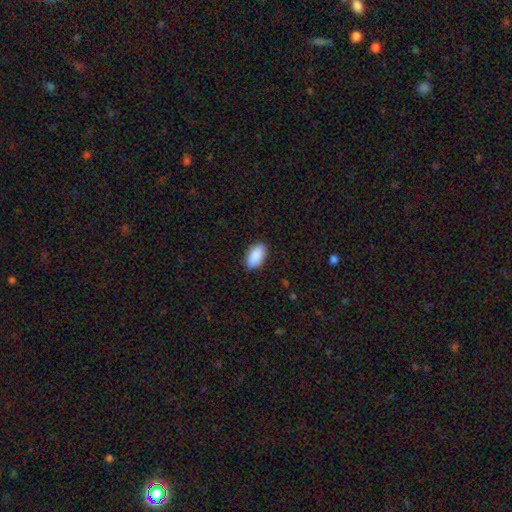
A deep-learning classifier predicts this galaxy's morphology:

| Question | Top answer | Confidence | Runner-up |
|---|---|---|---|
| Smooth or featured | smooth | 91% | star or artifact (6%) |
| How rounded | in between | 95% | round (4%) |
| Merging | none | 88% | minor disturbance (9%) |